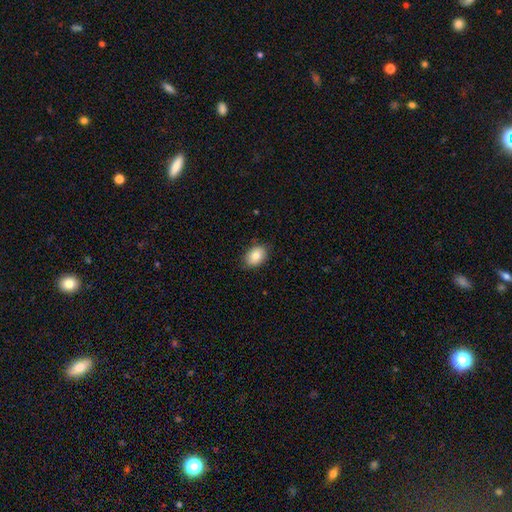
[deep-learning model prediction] This appears to be a smooth galaxy with no disk features (83%) that is in between round and cigar-shaped (76%). Merging: none (85%).